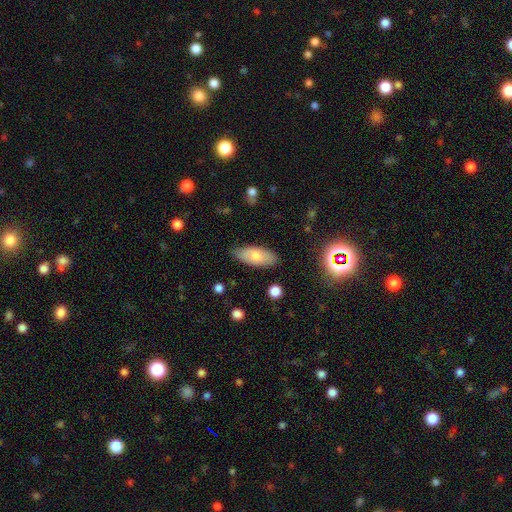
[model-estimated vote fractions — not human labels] Overall: smooth (73%). How rounded: in between (84%). Merging: none (80%).